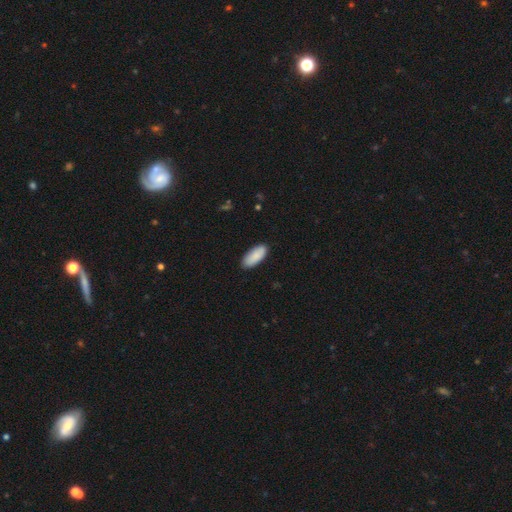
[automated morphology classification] Overall: smooth (89%). How rounded: in between (86%). Merging: none (87%).